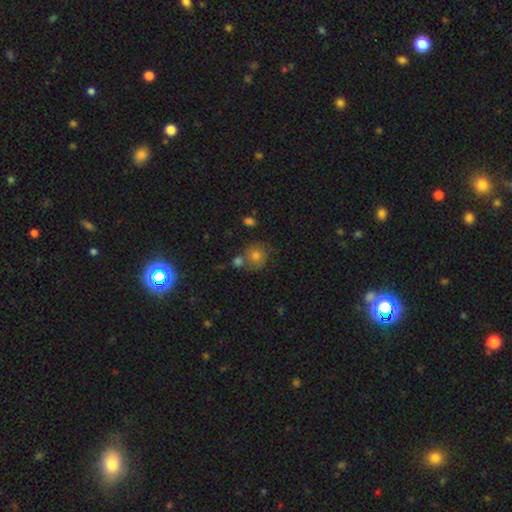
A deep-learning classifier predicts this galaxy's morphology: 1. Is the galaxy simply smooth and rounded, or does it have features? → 67% smooth, 17% star or artifact, 17% featured or disk.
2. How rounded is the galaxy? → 86% round, 13% in between, 1% cigar-shaped.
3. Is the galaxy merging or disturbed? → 61% none, 21% merger, 13% minor disturbance, 5% major disturbance.